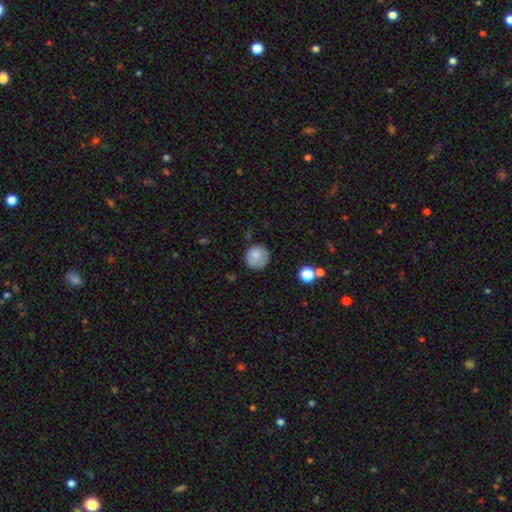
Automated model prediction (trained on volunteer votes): Overall: smooth (81%). How rounded: round (90%). Merging: none (74%).